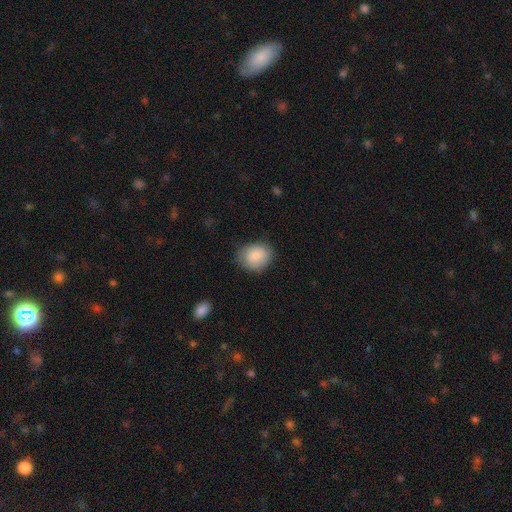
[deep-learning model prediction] Smooth or featured? smooth (85%)
How rounded? round (53%)
Merging? none (76%)